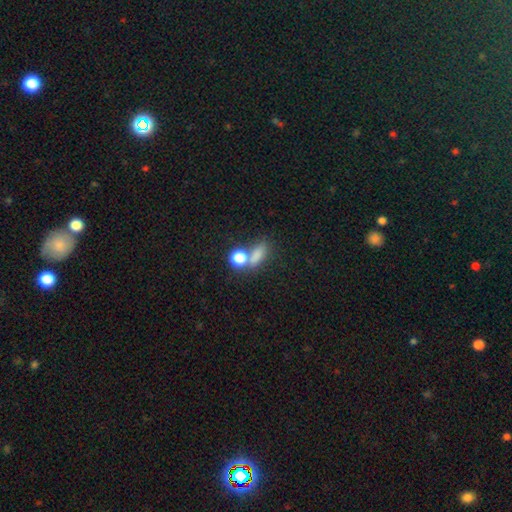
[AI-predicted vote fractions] Smooth or featured? smooth (72%)
How rounded? in between (55%)
Merging? none (47%)